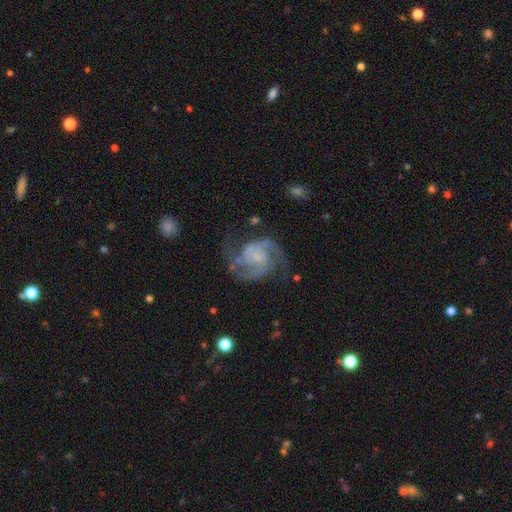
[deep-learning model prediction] smooth_or_featured: featured or disk (p=0.90) [alt: star or artifact p=0.05]
disk_edge_on: no (p=0.98) [alt: yes p=0.02]
bar: no (p=0.48) [alt: weak p=0.42]
has_spiral_arms: yes (p=0.98) [alt: no p=0.02]
spiral_winding: medium (p=0.60) [alt: tight p=0.23]
spiral_arm_count: 2 (p=0.88) [alt: 3 p=0.04]
bulge_size: small (p=0.57) [alt: none p=0.23]
merging: none (p=0.69) [alt: minor disturbance p=0.17]